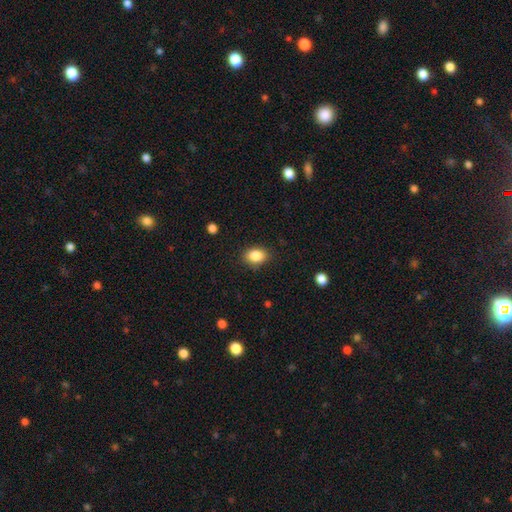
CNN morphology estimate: A smooth galaxy with no disk features (87%) that is in between round and cigar-shaped (76%).

Vote fractions:
- Smooth or featured? smooth: 87% / star or artifact: 8% / featured or disk: 5%
- How rounded? in between: 76% / round: 23% / cigar-shaped: 1%
- Merging? none: 86% / minor disturbance: 10% / major disturbance: 3% / merger: 1%